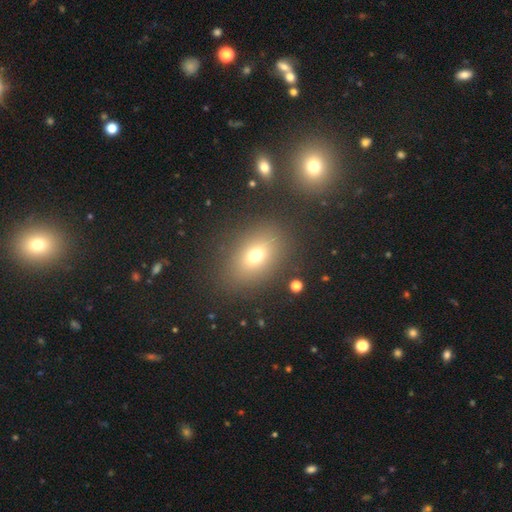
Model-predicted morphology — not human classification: The model was most divided on "how rounded": in between: 68%, round: 30%, cigar-shaped: 2%. More confident: merging — none (84%); smooth or featured — smooth (69%).